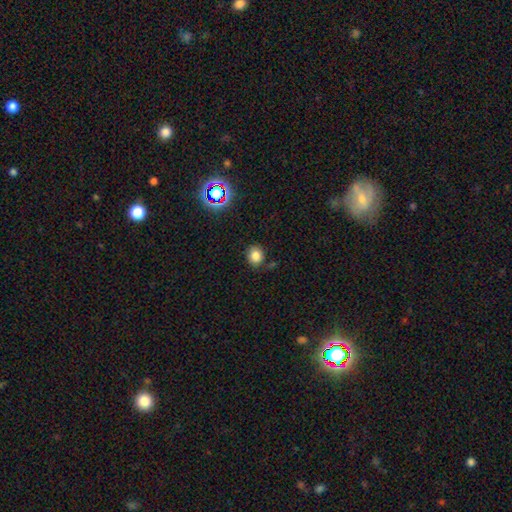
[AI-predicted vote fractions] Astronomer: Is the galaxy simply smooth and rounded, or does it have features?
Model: smooth — 80%.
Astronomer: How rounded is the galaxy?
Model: round — 70%.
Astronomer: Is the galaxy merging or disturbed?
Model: none — 77%.